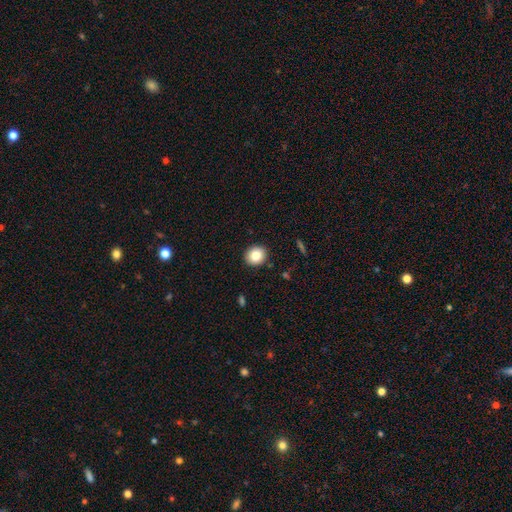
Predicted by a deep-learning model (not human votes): Smooth or featured? smooth (83%)
How rounded? round (82%)
Merging? none (91%)